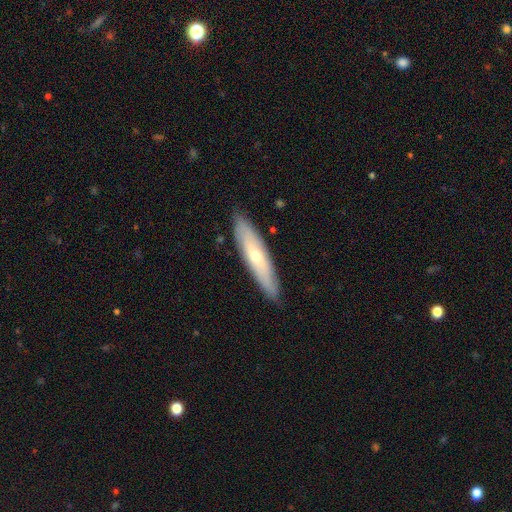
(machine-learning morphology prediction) Q: Smooth or featured?
A: smooth (47%); tied with: featured or disk (47%)
Q: Merging?
A: none (86%); runner-up: minor disturbance (11%)